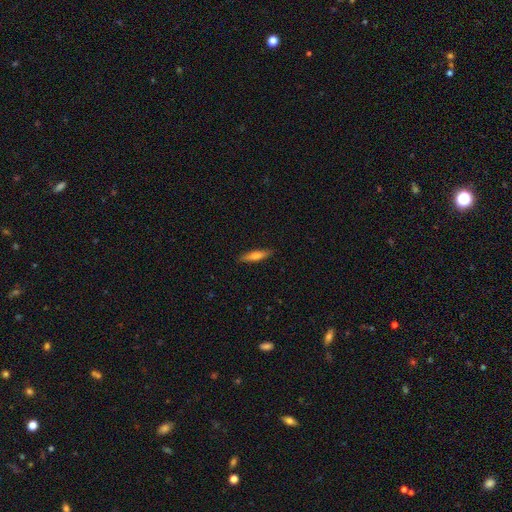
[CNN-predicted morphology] smooth 64%, featured or disk 30%, star or artifact 6%. Down the decision tree: how rounded — cigar-shaped (78%); merging — none (89%).